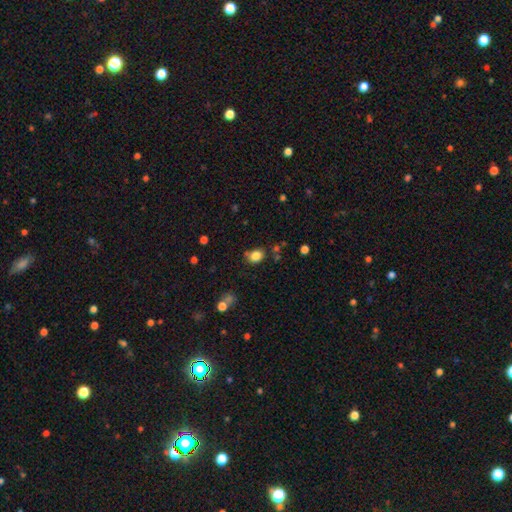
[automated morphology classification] Smooth or featured? smooth (83%)
How rounded? round (50%)
Merging? none (75%)